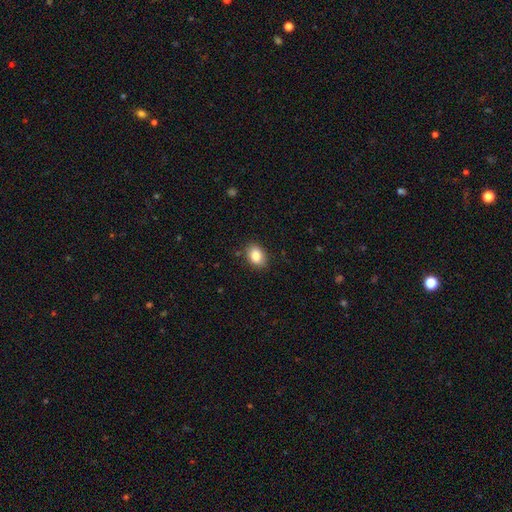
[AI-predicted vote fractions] Morphology: type=smooth (86%); roundness=in between (76%); merging=none (85%).